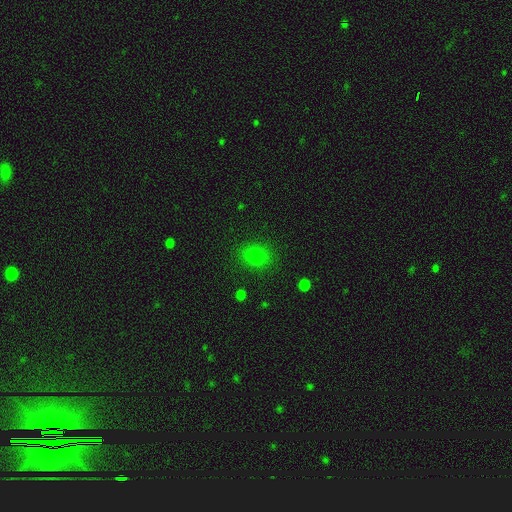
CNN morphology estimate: smooth-or-featured: smooth: 79% | star or artifact: 15% | featured or disk: 6%
  how-rounded: round: 71% | in between: 28% | cigar-shaped: 1%
  merging: none: 85% | minor disturbance: 10% | major disturbance: 4% | merger: 2%